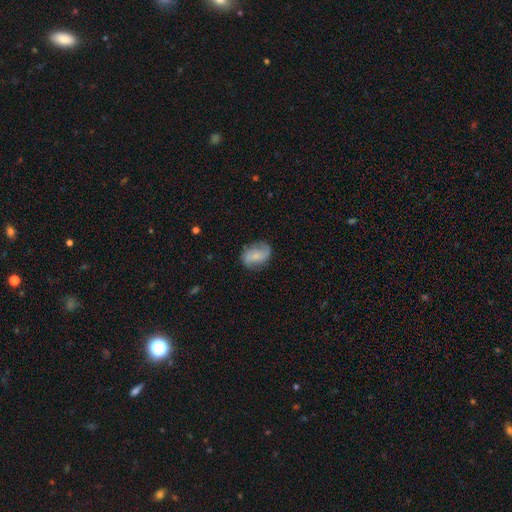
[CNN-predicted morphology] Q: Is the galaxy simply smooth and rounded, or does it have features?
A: featured or disk — 49%.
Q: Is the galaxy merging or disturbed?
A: none — 73%.